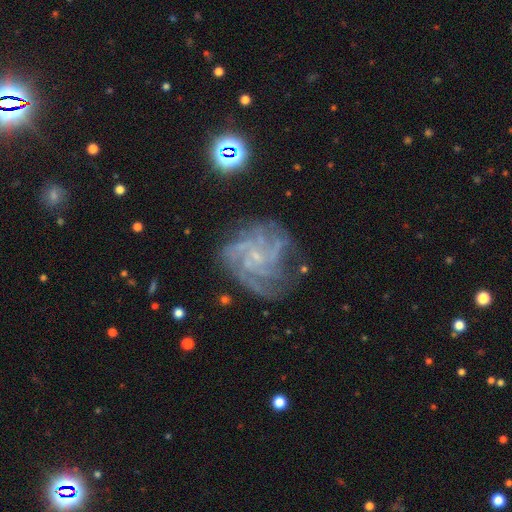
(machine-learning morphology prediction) A featured or disk galaxy (83%) with no bar (66%), 4 (28%) tight (50%) spiral arms (95%) and a small central bulge (72%).

Vote fractions:
- Smooth or featured? featured or disk: 83% / star or artifact: 10% / smooth: 7%
- Edge-on disk? no: 98% / yes: 2%
- Bar? no: 66% / weak: 28% / strong: 6%
- Spiral arms? yes: 95% / no: 5%
- Spiral winding? tight: 50% / medium: 39% / loose: 11%
- Spiral arm count? 4: 28% / can't tell: 25% / 3: 19% / more than 4: 10% / 2: 10% / 1: 7%
- Bulge size? small: 72% / none: 17% / moderate: 8% / large: 1% / dominant: 1%
- Merging? none: 61% / minor disturbance: 20% / major disturbance: 15% / merger: 3%